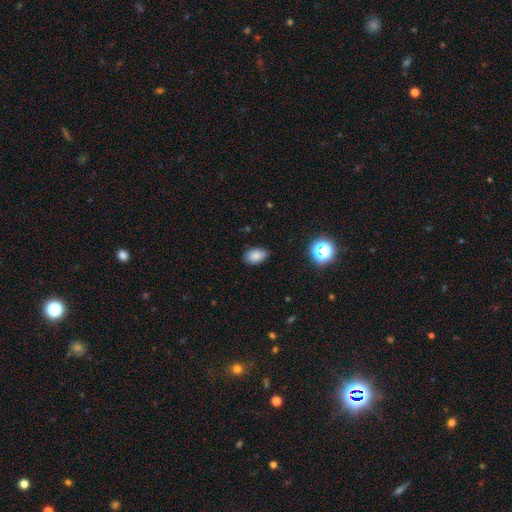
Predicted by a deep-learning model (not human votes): smooth_or_featured: smooth (p=0.81) [alt: star or artifact p=0.12]
how_rounded: in between (p=0.87) [alt: round p=0.12]
merging: none (p=0.80) [alt: minor disturbance p=0.16]